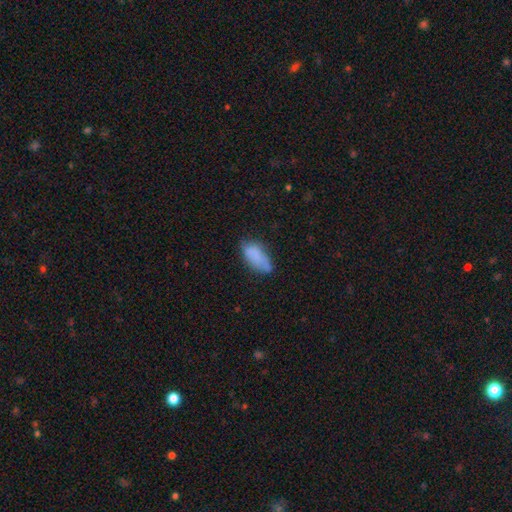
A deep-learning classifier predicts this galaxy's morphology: A smooth galaxy with no disk features (77%) that is in between round and cigar-shaped (89%).

Vote fractions:
- Smooth or featured? smooth: 77% / featured or disk: 14% / star or artifact: 8%
- How rounded? in between: 89% / cigar-shaped: 8% / round: 3%
- Merging? none: 50% / minor disturbance: 33% / major disturbance: 12% / merger: 5%